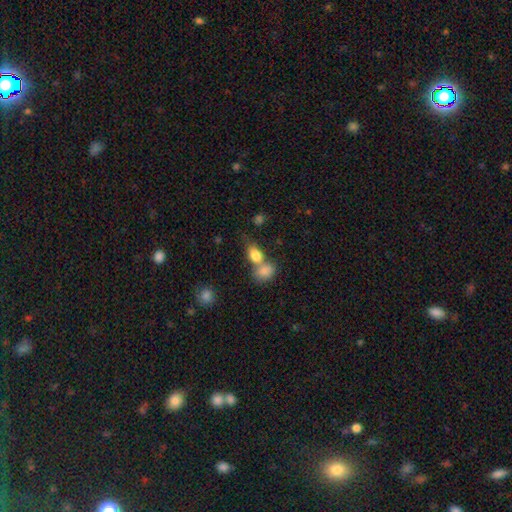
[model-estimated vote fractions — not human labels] Smooth or featured?
  - smooth: 82% *
  - featured or disk: 9%
  - star or artifact: 9%
How rounded?
  - in between: 78% *
  - round: 20%
  - cigar-shaped: 2%
Merging?
  - merger: 54% *
  - none: 32%
  - minor disturbance: 10%
  - major disturbance: 5%